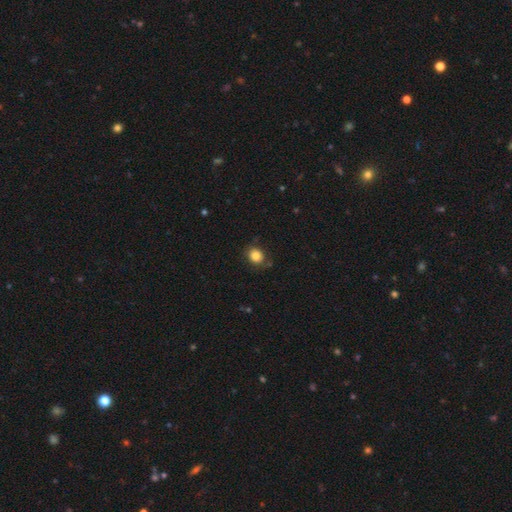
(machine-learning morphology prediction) Overall: smooth (83%). How rounded: round (65%; in between 34%). Merging: none (80%).